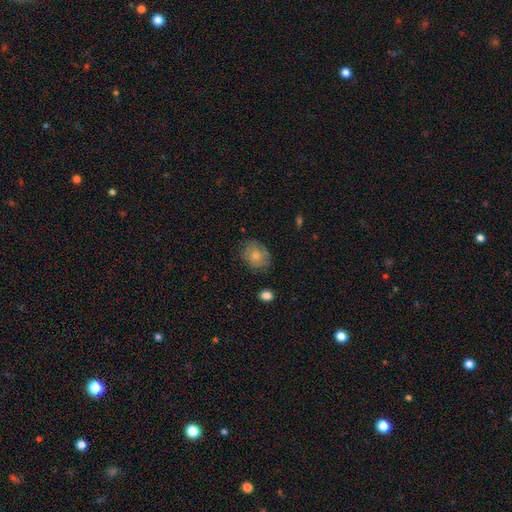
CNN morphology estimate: Overall: smooth (72%). How rounded: round (54%; in between 45%). Merging: none (73%).